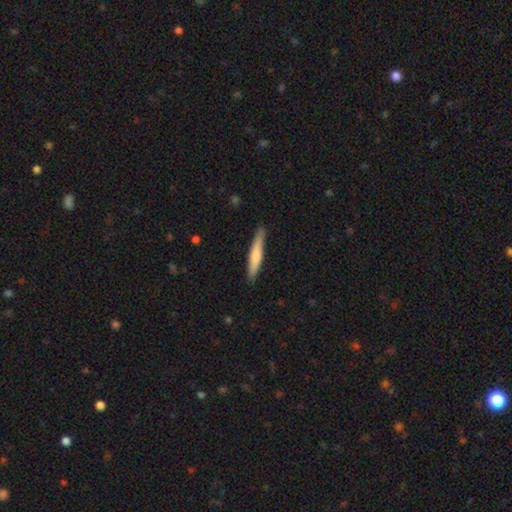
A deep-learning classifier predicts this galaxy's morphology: smooth 67%, featured or disk 28%, star or artifact 5%. Down the decision tree: how rounded — cigar-shaped (93%); merging — none (89%).